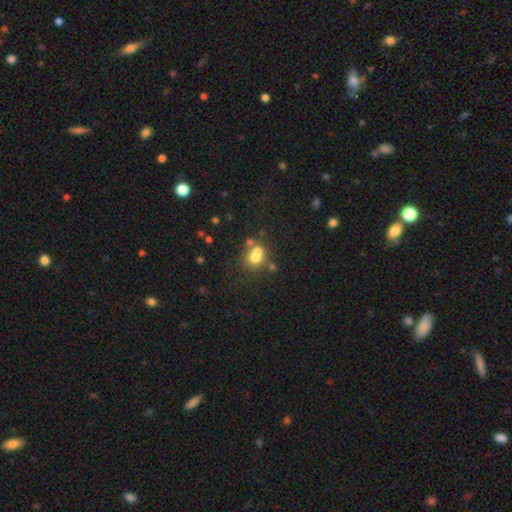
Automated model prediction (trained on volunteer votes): The model was most divided on "merging": merger: 47%, none: 36%, minor disturbance: 10%, major disturbance: 6%. More confident: smooth or featured — smooth (67%); how rounded — round (66%).